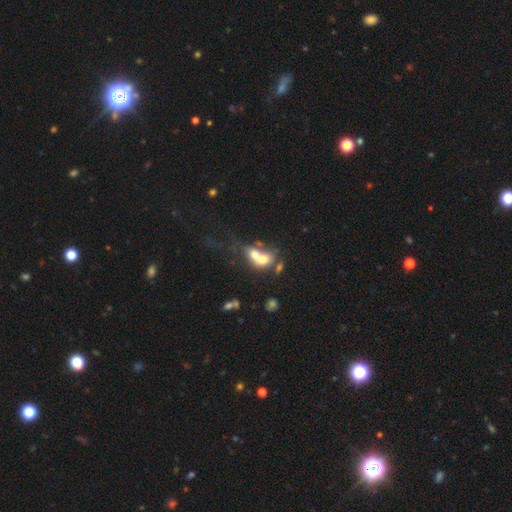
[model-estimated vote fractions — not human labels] A smooth galaxy with no disk features (61%) that is in between round and cigar-shaped (57%).

Vote fractions:
- Smooth or featured? smooth: 61% / featured or disk: 28% / star or artifact: 11%
- How rounded? in between: 57% / round: 41% / cigar-shaped: 2%
- Merging? merger: 73% / none: 14% / major disturbance: 7% / minor disturbance: 6%